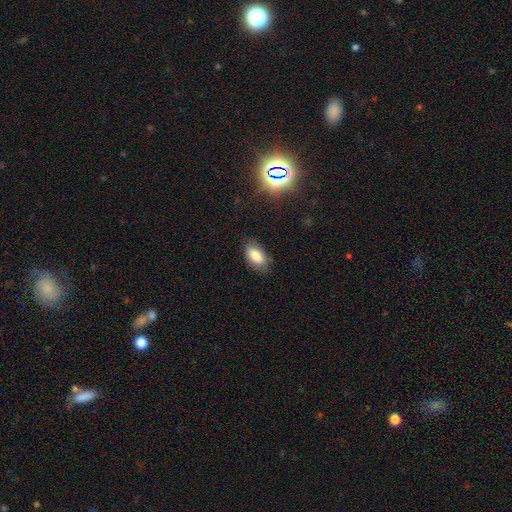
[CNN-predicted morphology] Smooth or featured?
  - smooth: 81% *
  - featured or disk: 10%
  - star or artifact: 9%
How rounded?
  - in between: 93% *
  - round: 4%
  - cigar-shaped: 3%
Merging?
  - none: 79% *
  - minor disturbance: 16%
  - major disturbance: 4%
  - merger: 1%